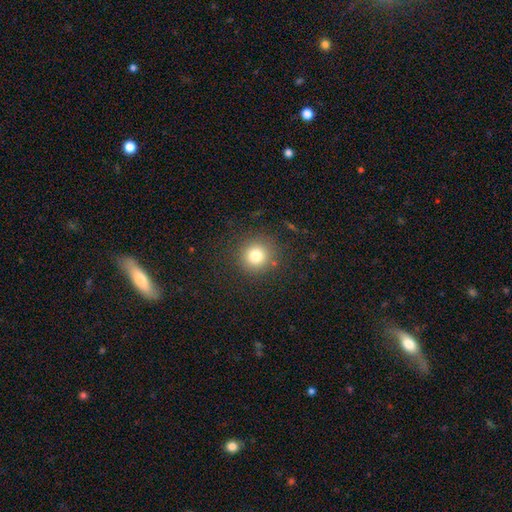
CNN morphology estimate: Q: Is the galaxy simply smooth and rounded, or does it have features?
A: smooth — 79%.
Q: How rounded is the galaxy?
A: round — 93%.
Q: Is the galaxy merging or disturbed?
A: none — 88%.